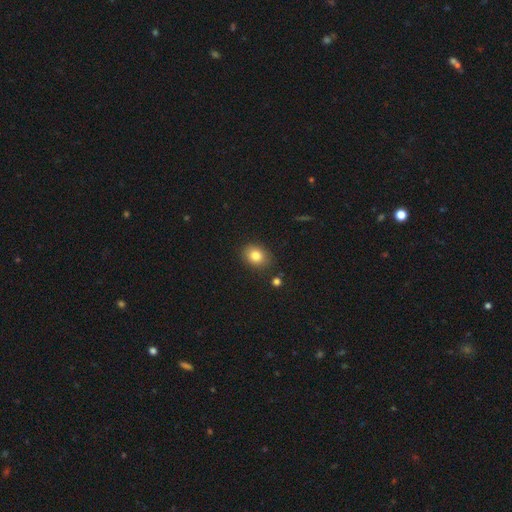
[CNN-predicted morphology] Smooth or featured? smooth (81%)
How rounded? in between (52%)
Merging? none (85%)